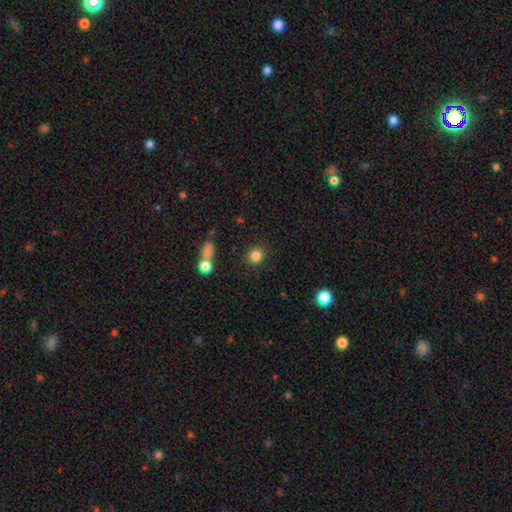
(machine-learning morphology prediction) This appears to be a smooth galaxy with no disk features (83%) that is round (88%). Merging: none (85%).